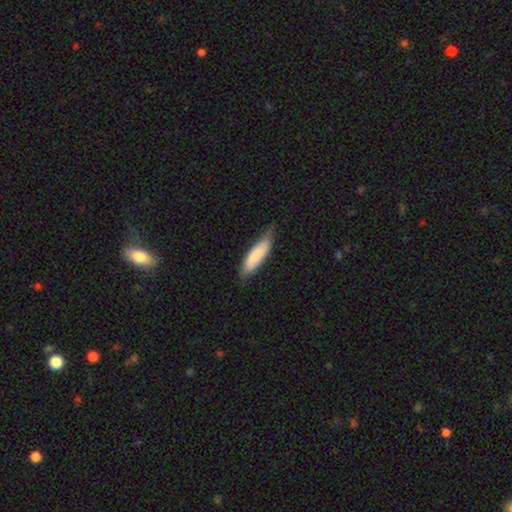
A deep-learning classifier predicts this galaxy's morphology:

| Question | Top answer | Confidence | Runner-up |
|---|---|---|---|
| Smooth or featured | smooth | 77% | featured or disk (17%) |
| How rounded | cigar-shaped | 54% | in between (45%) |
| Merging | none | 59% | minor disturbance (33%) |